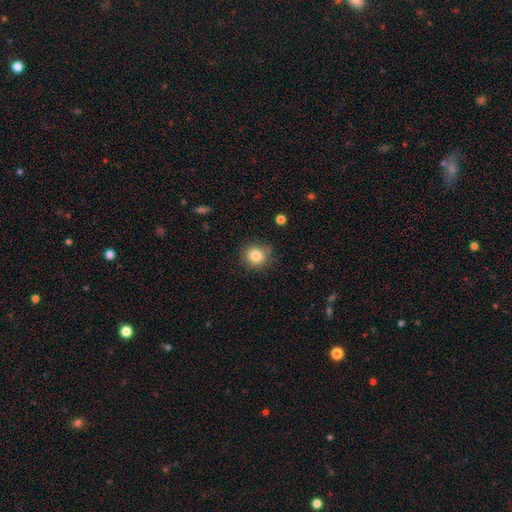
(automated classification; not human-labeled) This is clearly a smooth galaxy (83%). How rounded: clearly round (90%). Merging: clearly none (82%).